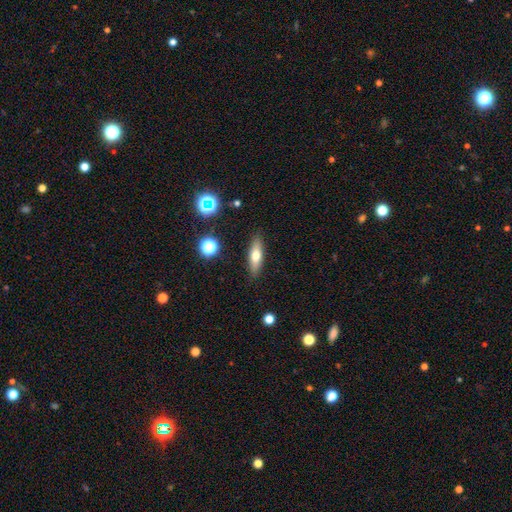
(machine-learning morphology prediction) smooth_or_featured: smooth (p=0.62) [alt: featured or disk p=0.29]
how_rounded: cigar-shaped (p=0.52) [alt: in between p=0.44]
merging: none (p=0.88) [alt: minor disturbance p=0.09]